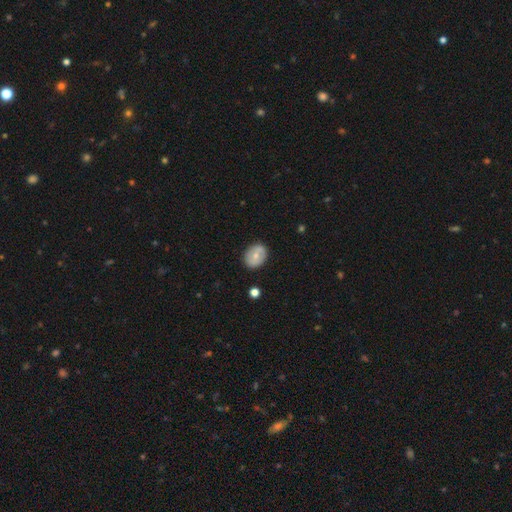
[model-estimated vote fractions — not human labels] Morphology: type=smooth (55%); roundness=in between (54%); merging=none (83%).